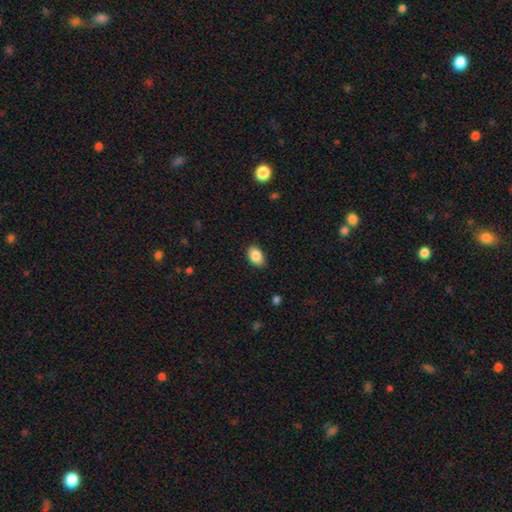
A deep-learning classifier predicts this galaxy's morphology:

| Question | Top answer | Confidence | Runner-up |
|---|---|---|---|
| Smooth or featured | smooth | 87% | star or artifact (8%) |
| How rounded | in between | 89% | round (10%) |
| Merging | none | 85% | minor disturbance (12%) |